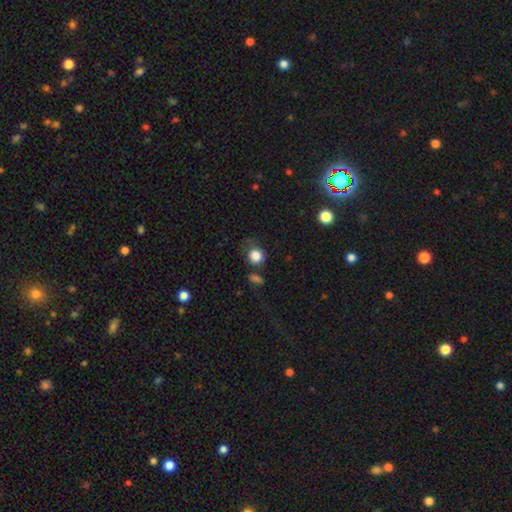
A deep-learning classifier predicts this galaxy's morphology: smooth 84%, star or artifact 11%, featured or disk 5%. Down the decision tree: how rounded — round (84%); merging — none (64%).